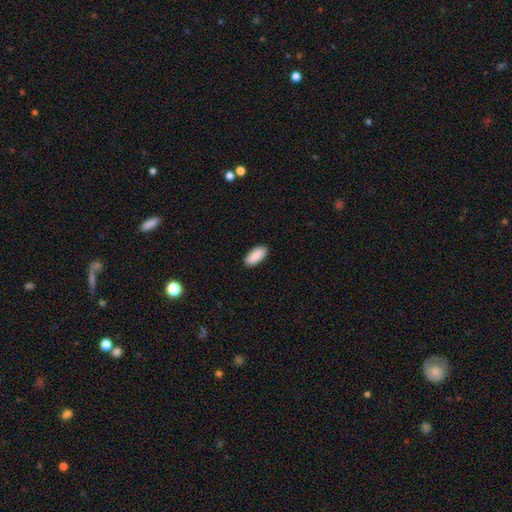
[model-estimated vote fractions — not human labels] This appears to be a smooth galaxy with no disk features (91%) that is in between round and cigar-shaped (91%). Merging: none (90%).